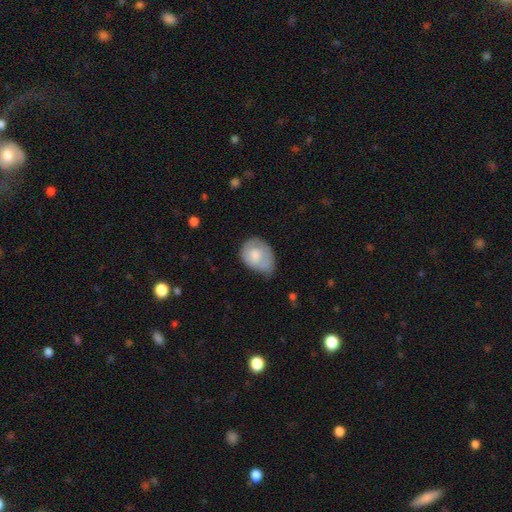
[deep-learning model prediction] Overall: smooth (70%). How rounded: in between (66%; round 33%). Merging: minor disturbance (47%; none 30%).